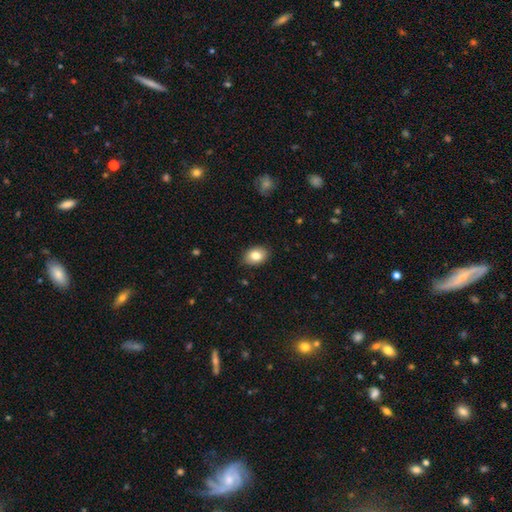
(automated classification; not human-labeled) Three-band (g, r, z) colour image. It shows a smooth galaxy with no disk features (82%) that is in between round and cigar-shaped (73%). Merging: none (87%).